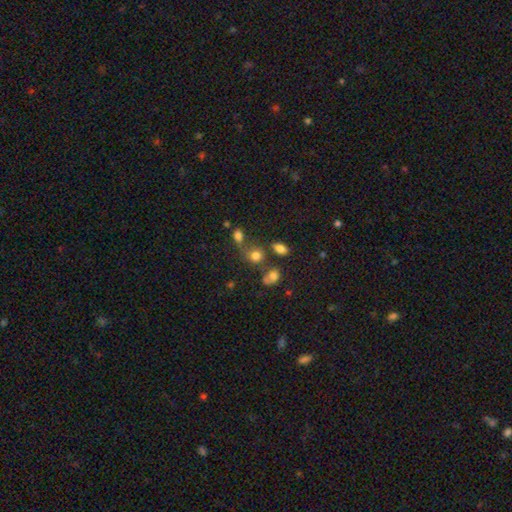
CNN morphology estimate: A smooth galaxy with no disk features (76%) that is round (68%). Merging: none (52%).